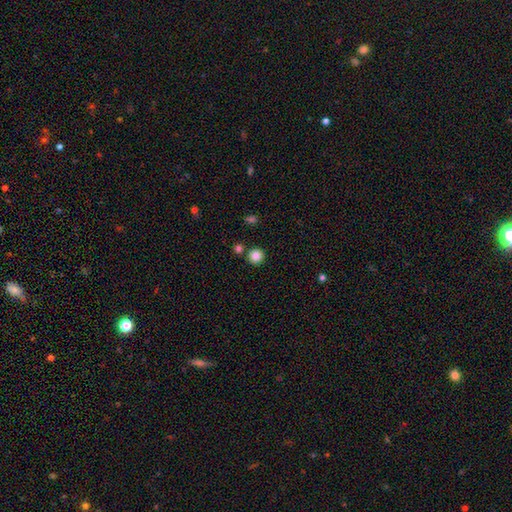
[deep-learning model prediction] smooth 84%, star or artifact 11%, featured or disk 5%. Down the decision tree: how rounded — round (95%); merging — none (87%).